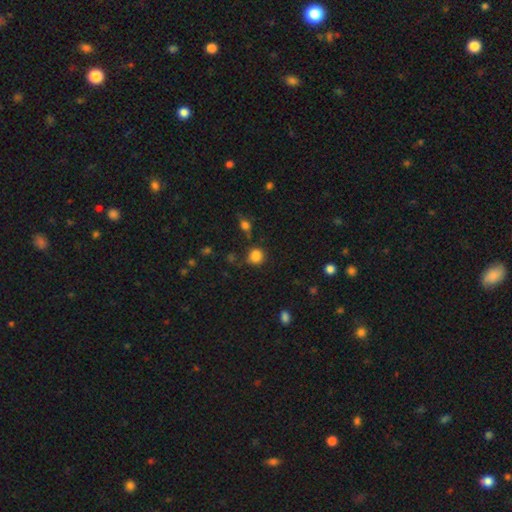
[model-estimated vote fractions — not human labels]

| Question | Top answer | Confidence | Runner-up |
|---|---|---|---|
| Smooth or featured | smooth | 84% | star or artifact (12%) |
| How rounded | round | 81% | in between (18%) |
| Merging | none | 77% | minor disturbance (14%) |